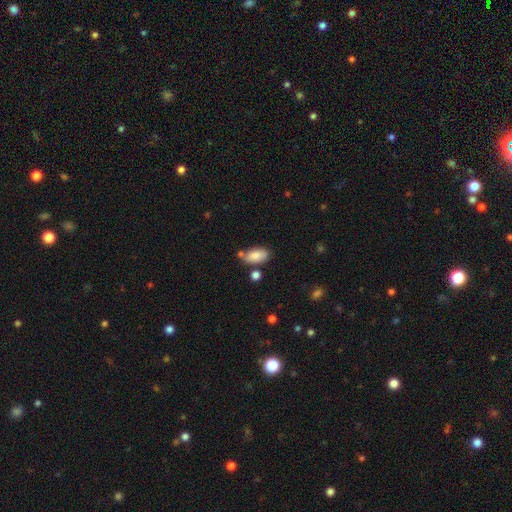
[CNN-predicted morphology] Smooth or featured: smooth — 84% (featured or disk — 9%)
How rounded: in between — 92% (cigar-shaped — 4%)
Merging: none — 68% (minor disturbance — 16%)